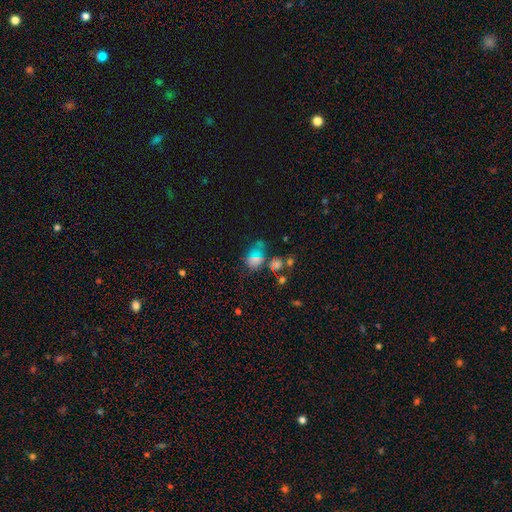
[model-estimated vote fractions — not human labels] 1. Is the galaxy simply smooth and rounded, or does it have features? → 45% smooth, 42% star or artifact, 12% featured or disk.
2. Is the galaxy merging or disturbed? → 57% none, 20% minor disturbance, 14% major disturbance, 9% merger.